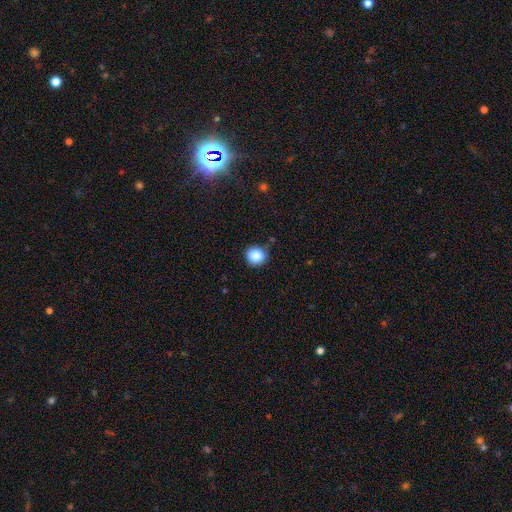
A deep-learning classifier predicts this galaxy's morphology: smooth_or_featured: smooth (p=0.86) [alt: star or artifact p=0.10]
how_rounded: round (p=0.87) [alt: in between p=0.12]
merging: none (p=0.83) [alt: minor disturbance p=0.12]